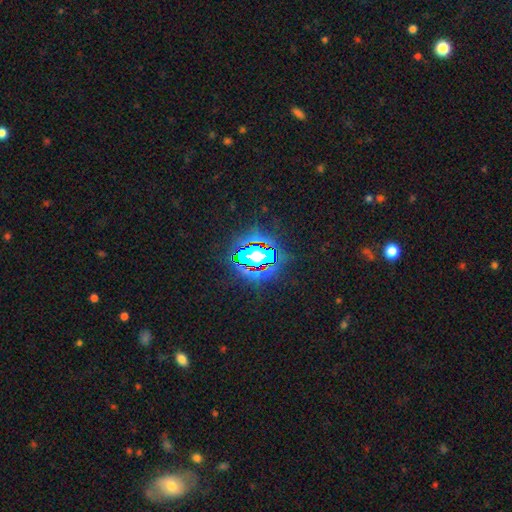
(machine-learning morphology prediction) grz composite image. It shows a star or artifact, not a galaxy (66%).